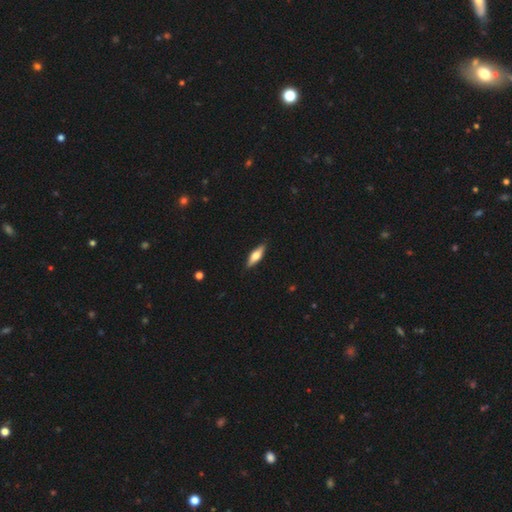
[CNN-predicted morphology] Smooth or featured? smooth (54%)
How rounded? cigar-shaped (50%)
Merging? none (88%)